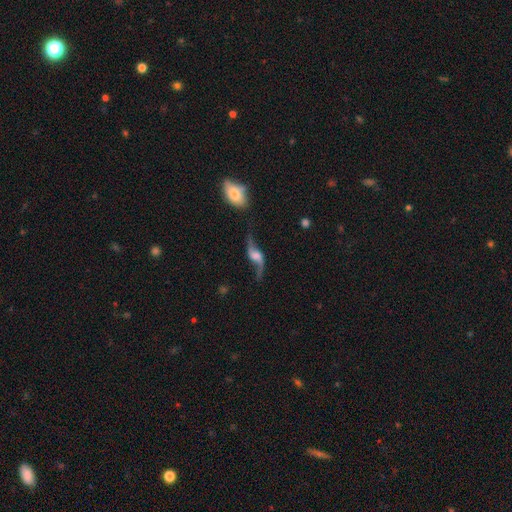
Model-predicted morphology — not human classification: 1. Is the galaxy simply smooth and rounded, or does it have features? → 84% featured or disk, 9% smooth, 6% star or artifact.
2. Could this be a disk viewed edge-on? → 90% no, 10% yes.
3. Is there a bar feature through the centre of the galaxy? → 47% no, 37% weak, 16% strong.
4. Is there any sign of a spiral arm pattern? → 95% yes, 5% no.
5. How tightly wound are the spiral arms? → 92% loose, 6% medium, 2% tight.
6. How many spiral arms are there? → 93% 2, 2% 1, 1% can't tell, 1% 3, 1% 4, 1% more than 4.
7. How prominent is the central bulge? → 28% moderate, 26% none, 21% small, 21% large, 5% dominant.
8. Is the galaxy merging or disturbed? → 69% none, 16% minor disturbance, 10% major disturbance, 6% merger.